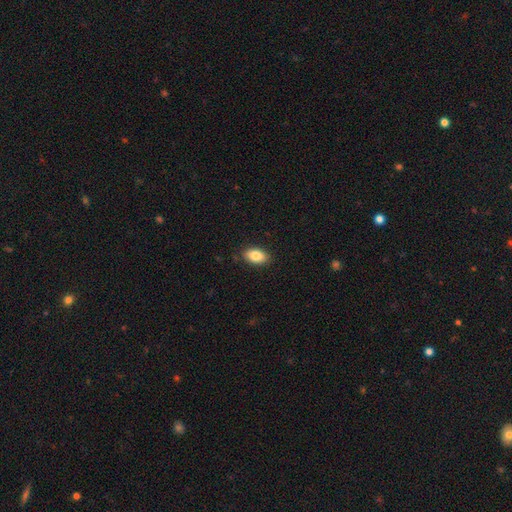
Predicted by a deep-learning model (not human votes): This is clearly a smooth galaxy (84%). How rounded: clearly in between (91%). Merging: clearly none (88%).